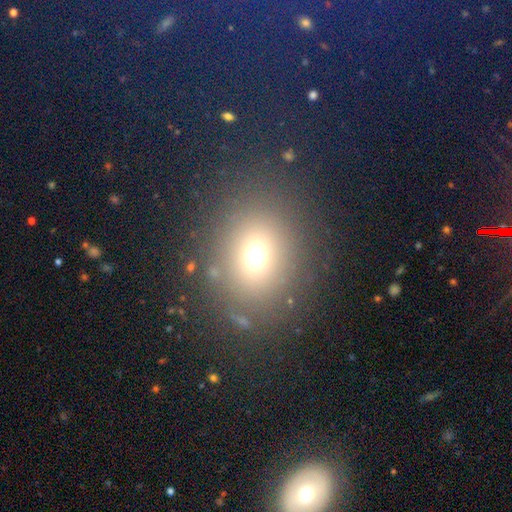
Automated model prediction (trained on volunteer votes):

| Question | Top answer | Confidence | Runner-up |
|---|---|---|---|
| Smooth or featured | smooth | 68% | star or artifact (22%) |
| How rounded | round | 73% | in between (26%) |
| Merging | none | 80% | minor disturbance (9%) |